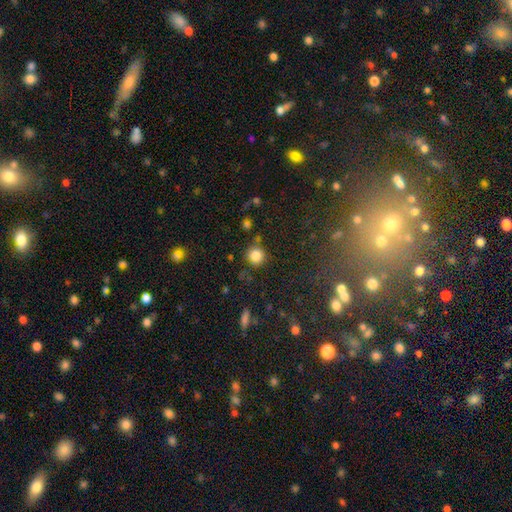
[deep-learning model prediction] Overall: smooth (83%). How rounded: round (92%). Merging: none (79%).